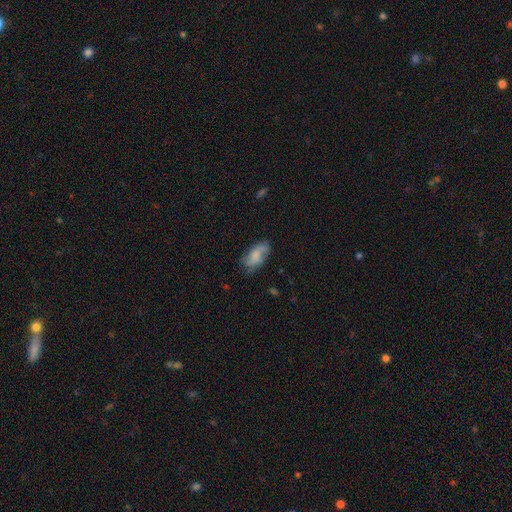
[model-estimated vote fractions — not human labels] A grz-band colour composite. It shows a smooth galaxy with no disk features (58%) that is in between round and cigar-shaped (88%). Merging: none (61%).